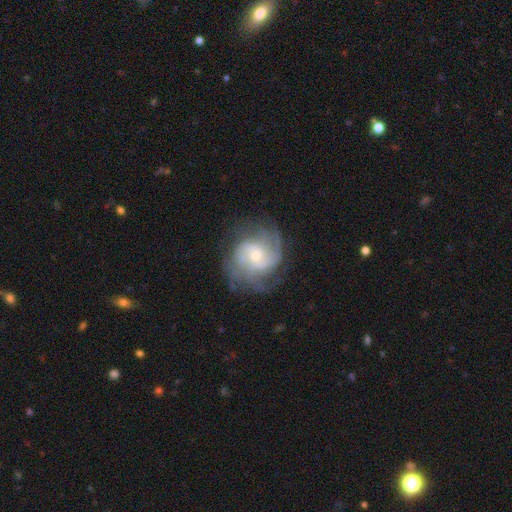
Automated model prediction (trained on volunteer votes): Smooth or featured: featured or disk — 78% (smooth — 15%)
Edge-on disk: no — 98% (yes — 2%)
Bar: no — 61% (weak — 34%)
Spiral arms: yes — 93% (no — 7%)
Spiral winding: medium — 44% (tight — 37%)
Spiral arm count: 2 — 36% (can't tell — 29%)
Bulge size: small — 55% (moderate — 37%)
Merging: none — 64% (minor disturbance — 20%)